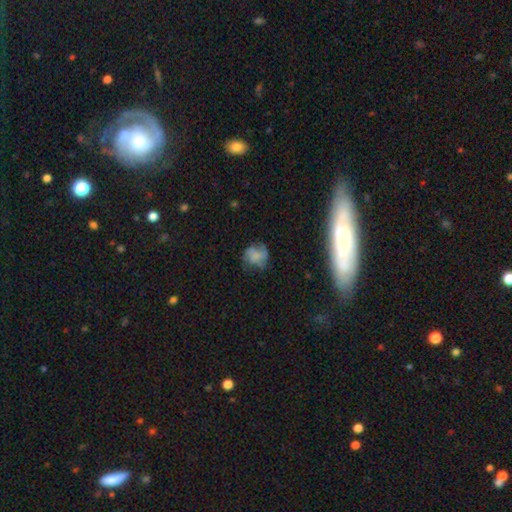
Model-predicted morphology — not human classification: Smooth or featured? featured or disk (48%)
Merging? none (56%)